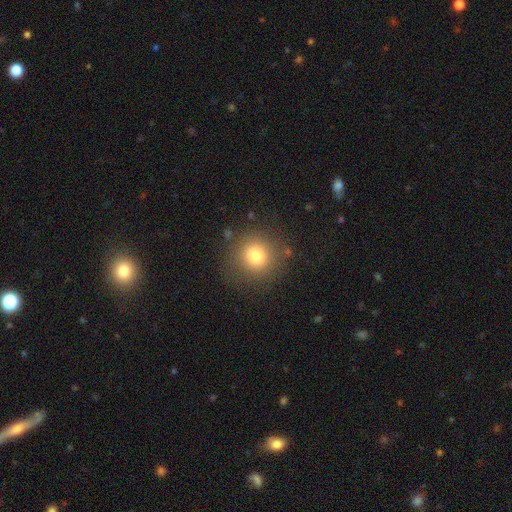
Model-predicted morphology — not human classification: This is likely a smooth galaxy (78%). How rounded: clearly round (92%). Merging: clearly none (85%).